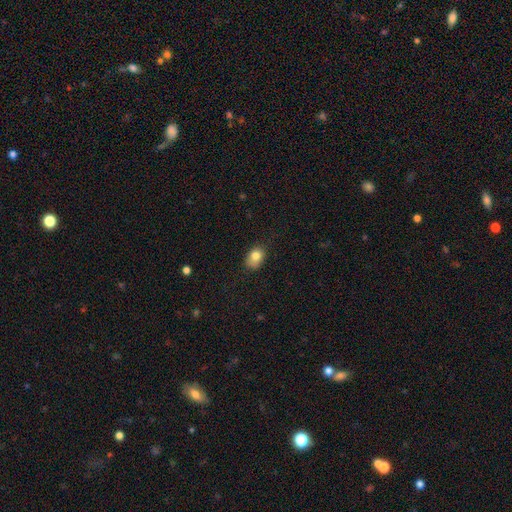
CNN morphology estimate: This appears to be a smooth galaxy with no disk features (81%) that is in between round and cigar-shaped (70%). Merging: none (69%).